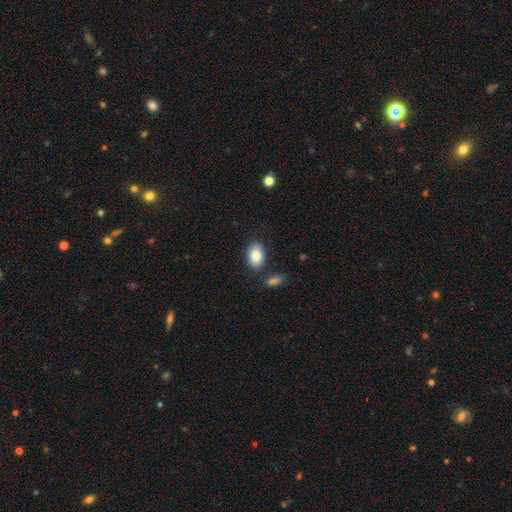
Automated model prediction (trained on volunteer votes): Morphology: type=smooth (85%); roundness=in between (90%); merging=none (81%).